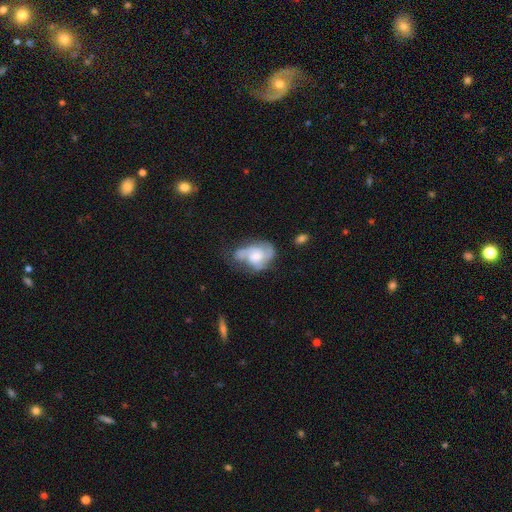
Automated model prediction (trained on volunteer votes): A featured or disk galaxy (72%) with no bar (65%), 2 (39%) medium (48%) spiral arms (91%) and a moderate central bulge (44%). Merging: none (43%).